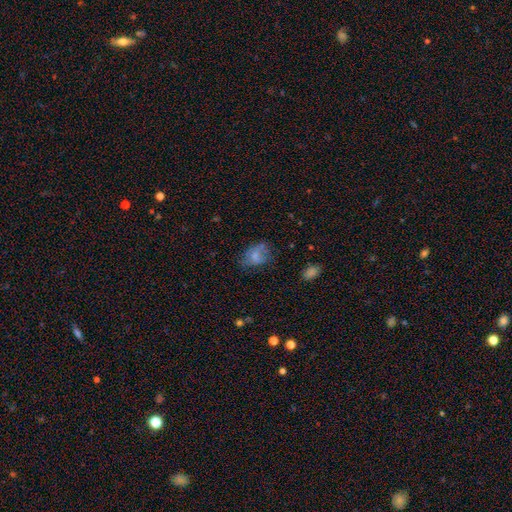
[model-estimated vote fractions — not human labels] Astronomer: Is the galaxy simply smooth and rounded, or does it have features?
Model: smooth — 63%.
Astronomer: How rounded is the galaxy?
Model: in between — 73%.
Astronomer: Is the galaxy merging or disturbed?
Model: none — 45% (runner-up: minor disturbance, 28%).